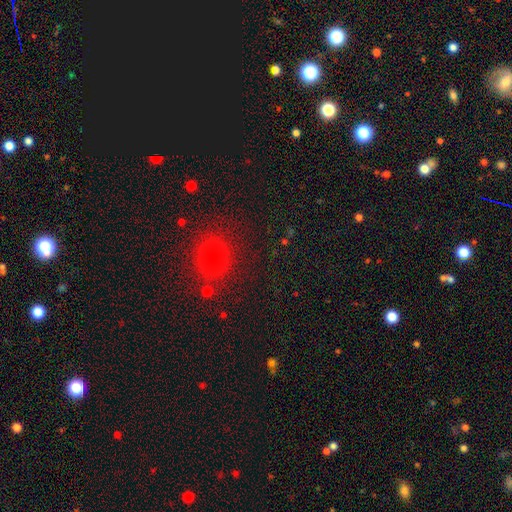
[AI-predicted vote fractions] Smooth or featured? Predicted: smooth (p=0.60). How rounded? Predicted: round (p=0.76). Merging? Predicted: none (p=0.84).